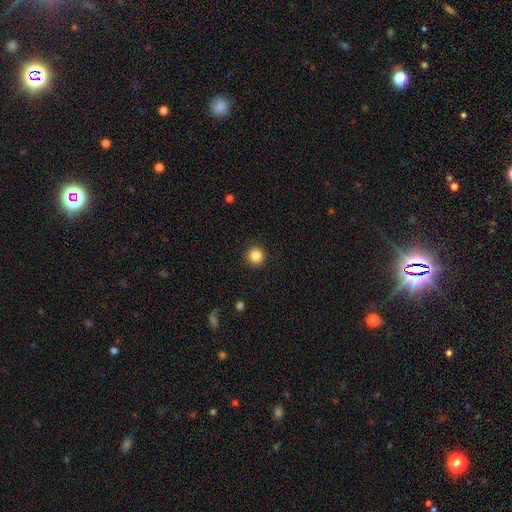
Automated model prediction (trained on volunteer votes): This appears to be a smooth galaxy with no disk features (86%) that is round (95%). Merging: none (92%).